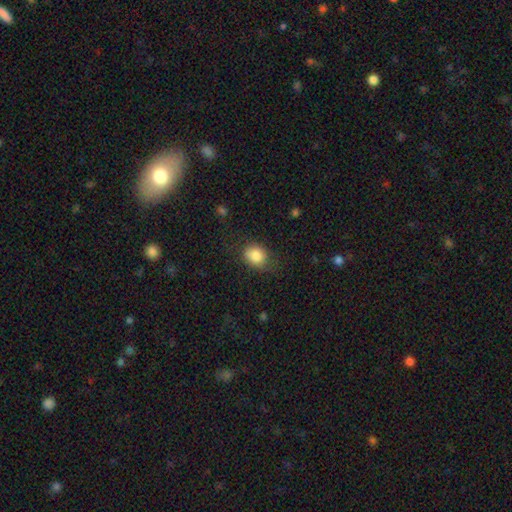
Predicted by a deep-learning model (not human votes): Overall: smooth (84%). How rounded: round (55%; in between 44%). Merging: none (69%).